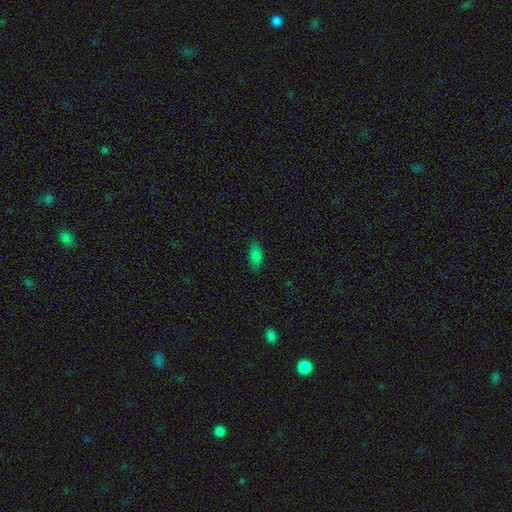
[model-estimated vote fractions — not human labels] A smooth galaxy with no disk features (81%) that is in between round and cigar-shaped (90%).

Vote fractions:
- Smooth or featured? smooth: 81% / star or artifact: 13% / featured or disk: 6%
- How rounded? in between: 90% / cigar-shaped: 6% / round: 4%
- Merging? none: 77% / minor disturbance: 18% / major disturbance: 4% / merger: 1%